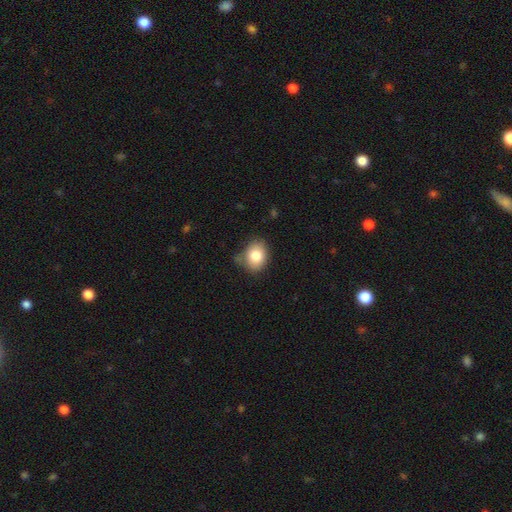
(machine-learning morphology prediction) smooth_or_featured: smooth (p=0.81) [alt: featured or disk p=0.10]
how_rounded: in between (p=0.56) [alt: round p=0.43]
merging: none (p=0.65) [alt: minor disturbance p=0.26]